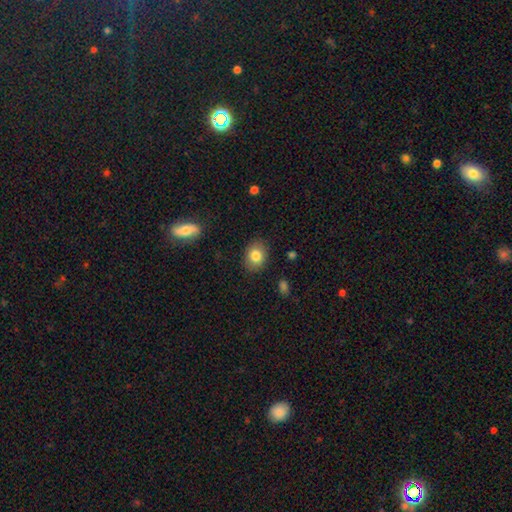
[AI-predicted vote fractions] smooth 82%, featured or disk 10%, star or artifact 9%. Down the decision tree: how rounded — in between (57%); merging — none (87%).